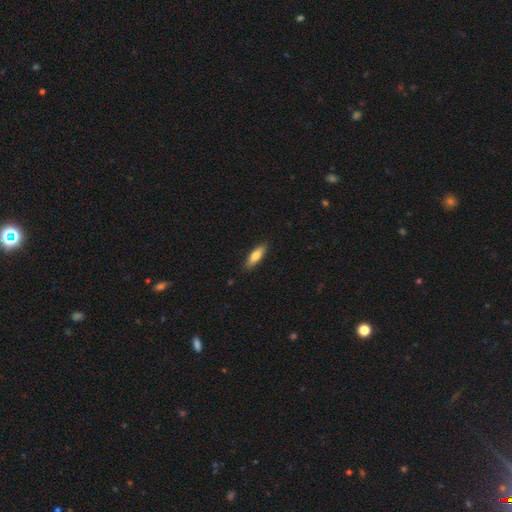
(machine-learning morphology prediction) smooth-or-featured: smooth: 69% | featured or disk: 25% | star or artifact: 6%
  how-rounded: cigar-shaped: 58% | in between: 40% | round: 2%
  merging: none: 88% | minor disturbance: 9% | major disturbance: 2% | merger: 1%